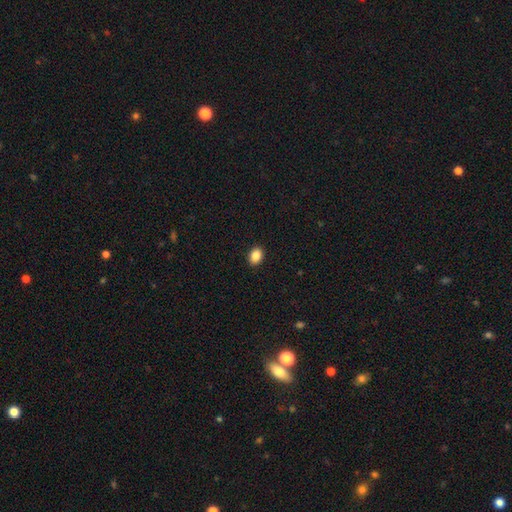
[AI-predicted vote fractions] smooth-or-featured: smooth: 87% | star or artifact: 9% | featured or disk: 4%
  how-rounded: in between: 74% | round: 25% | cigar-shaped: 1%
  merging: none: 91% | minor disturbance: 6% | major disturbance: 2% | merger: 1%